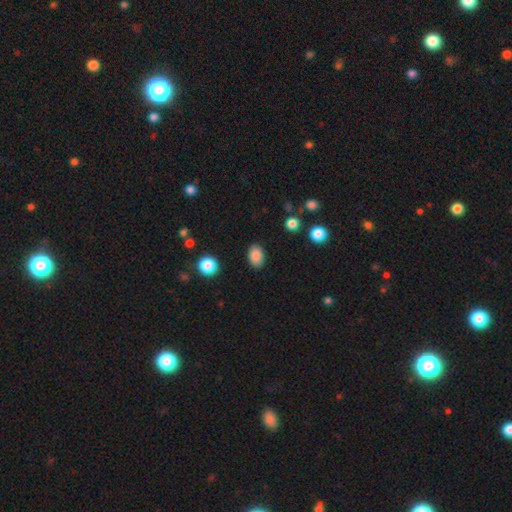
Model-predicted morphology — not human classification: A smooth galaxy with no disk features (87%) that is in between round and cigar-shaped (84%). Merging: none (88%).